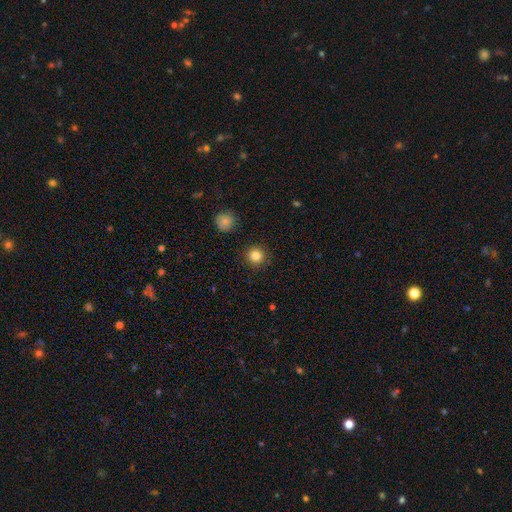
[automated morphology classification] smooth 83%, star or artifact 11%, featured or disk 6%. Down the decision tree: how rounded — round (95%); merging — none (91%).